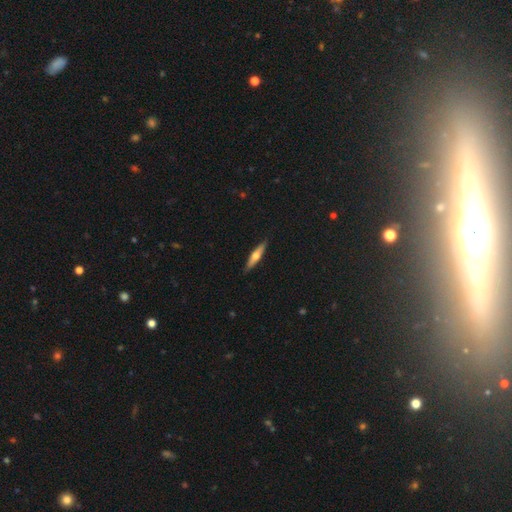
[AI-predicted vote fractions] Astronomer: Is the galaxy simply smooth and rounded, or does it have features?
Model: featured or disk — 51% (runner-up: smooth, 43%).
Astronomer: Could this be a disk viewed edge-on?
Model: yes — 93%.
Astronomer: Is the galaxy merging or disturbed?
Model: none — 89%.